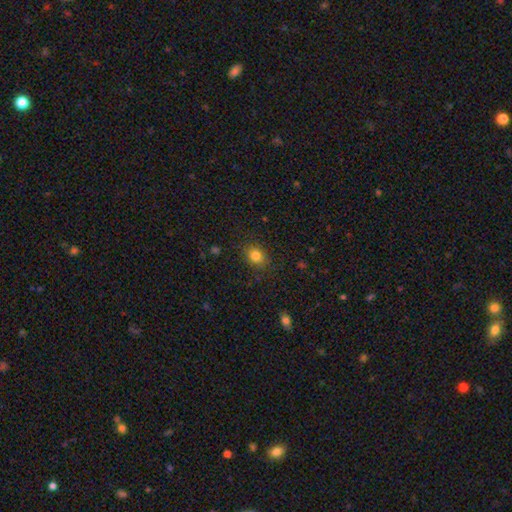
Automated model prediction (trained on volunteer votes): A smooth galaxy with no disk features (83%) that is round (55%). Merging: none (86%).